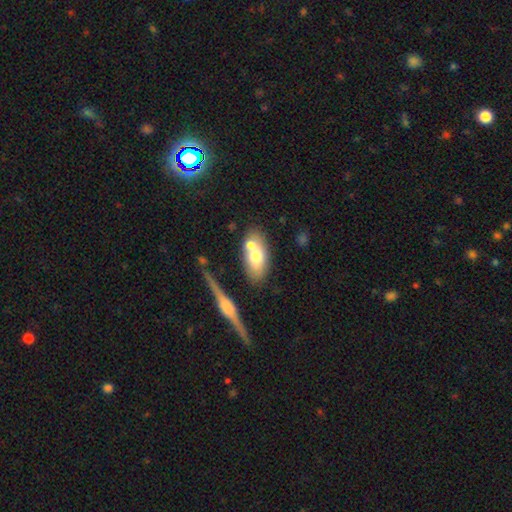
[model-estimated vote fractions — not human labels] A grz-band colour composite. It shows a smooth galaxy with no disk features (64%) that is in between round and cigar-shaped (83%). Merging: none (45%).